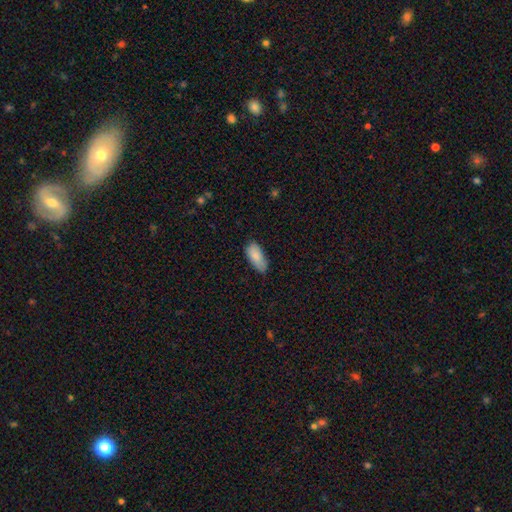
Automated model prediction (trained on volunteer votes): Smooth or featured: smooth — 85% (featured or disk — 9%)
How rounded: in between — 88% (cigar-shaped — 10%)
Merging: none — 65% (minor disturbance — 29%)